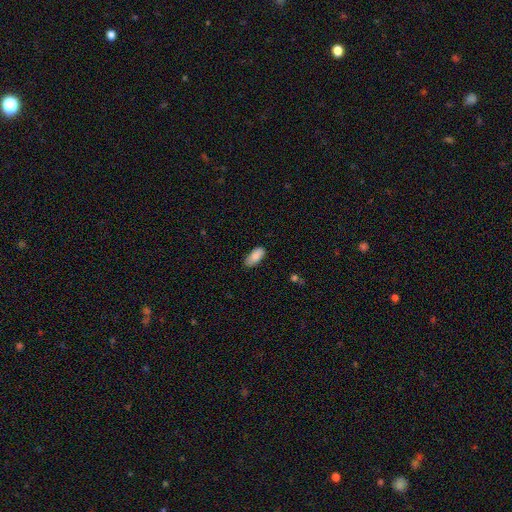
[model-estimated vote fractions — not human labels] smooth 88%, star or artifact 6%, featured or disk 6%. Down the decision tree: how rounded — in between (90%); merging — none (80%).